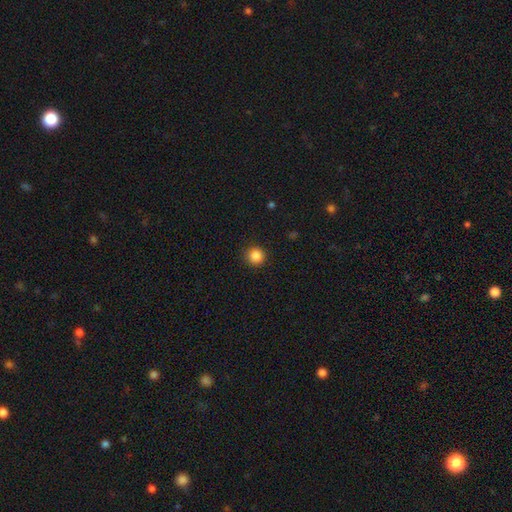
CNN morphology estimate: Overall: smooth (87%). How rounded: round (95%). Merging: none (92%).